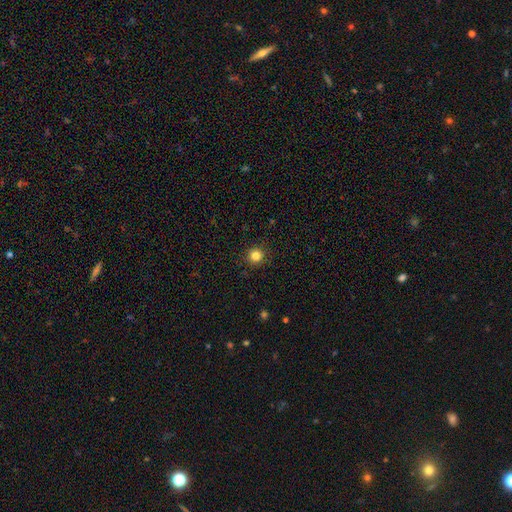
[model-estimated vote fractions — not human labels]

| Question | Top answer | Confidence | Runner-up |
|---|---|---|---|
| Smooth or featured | smooth | 84% | star or artifact (12%) |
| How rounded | round | 94% | in between (5%) |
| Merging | none | 91% | minor disturbance (6%) |